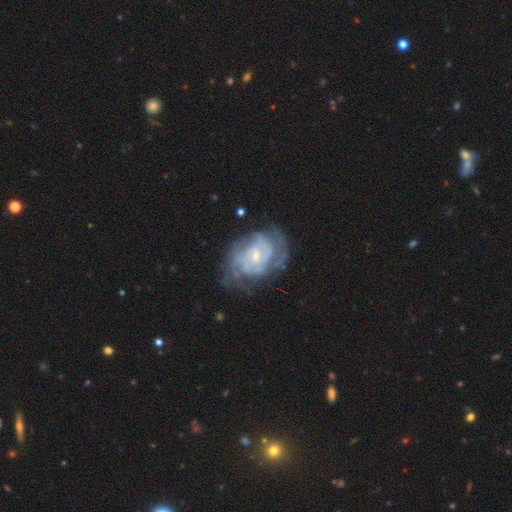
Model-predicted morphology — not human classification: Overall: featured or disk (84%). Edge-on disk: no (97%). Bar: no (50%; weak 41%). Spiral arms: yes (93%). Spiral arm count: can't tell (37%; 2 30%). Spiral winding: tight (62%; medium 31%). Bulge size: small (64%; moderate 30%). Merging: none (66%).